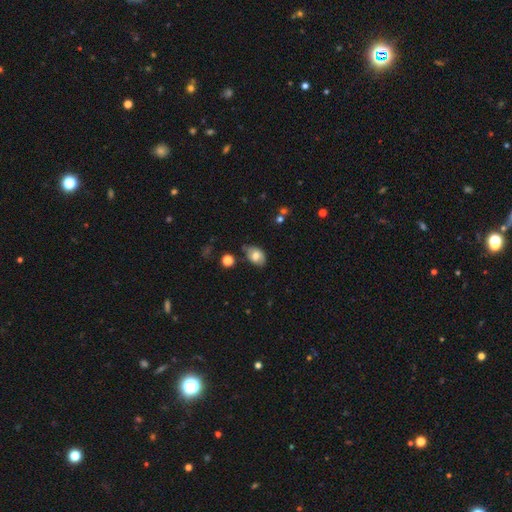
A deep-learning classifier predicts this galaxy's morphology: This appears to be a smooth galaxy with no disk features (66%) that is in between round and cigar-shaped (83%). Merging: none (63%).